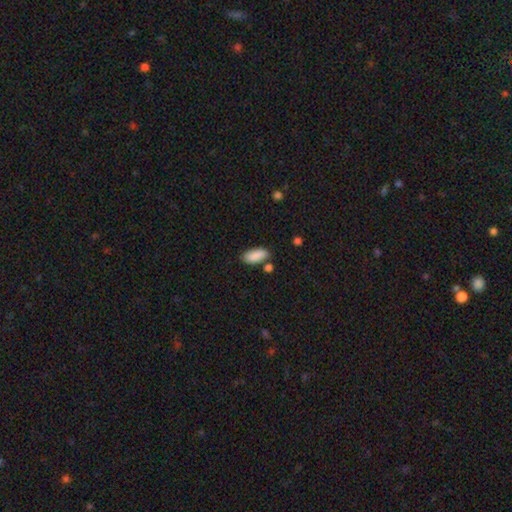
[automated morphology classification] type=smooth (88%); roundness=in between (83%); merging=none (73%).